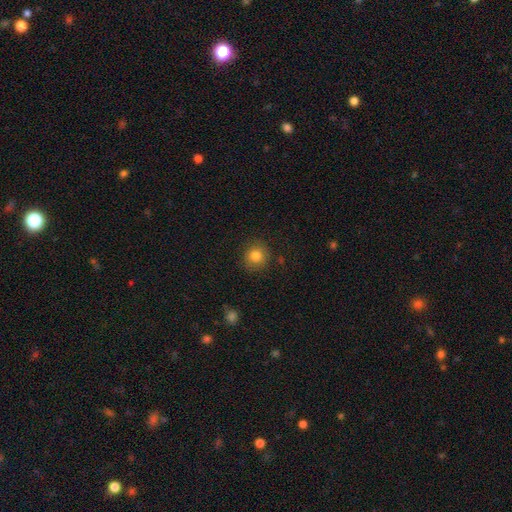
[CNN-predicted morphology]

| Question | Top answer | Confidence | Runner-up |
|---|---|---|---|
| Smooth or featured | smooth | 82% | star or artifact (11%) |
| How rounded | round | 89% | in between (10%) |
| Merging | none | 87% | minor disturbance (9%) |